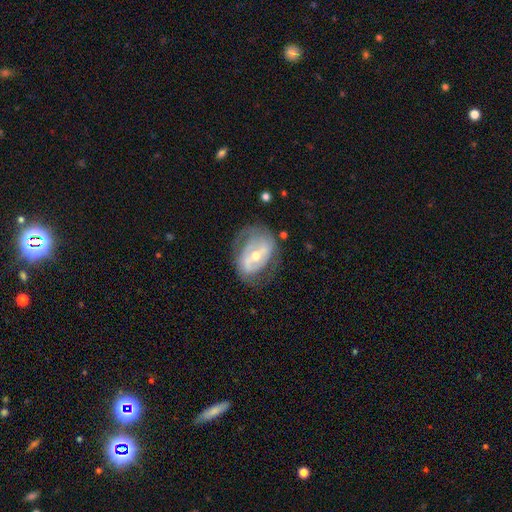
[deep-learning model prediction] This appears to be a featured or disk galaxy (77%) with a weak bar (37%), 2 (62%) tight (40%) spiral arms (77%) and a moderate central bulge (58%). Merging: none (60%).